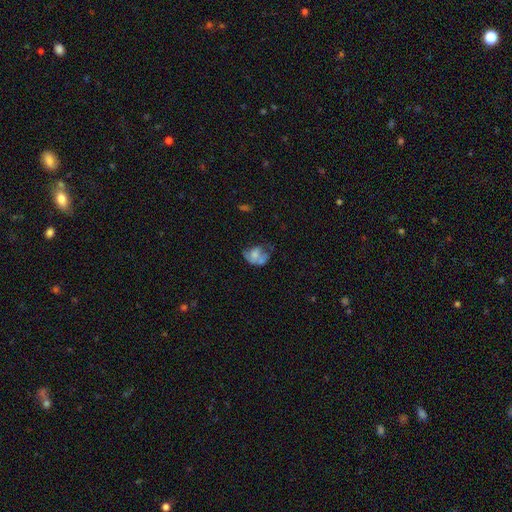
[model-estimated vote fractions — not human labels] This appears to be a smooth galaxy with no disk features (49%). Merging: major disturbance (30%).